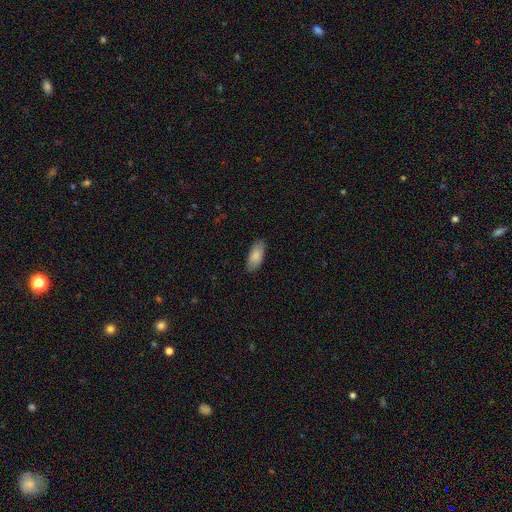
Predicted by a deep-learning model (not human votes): A smooth galaxy with no disk features (85%) that is in between round and cigar-shaped (89%). Merging: none (84%).